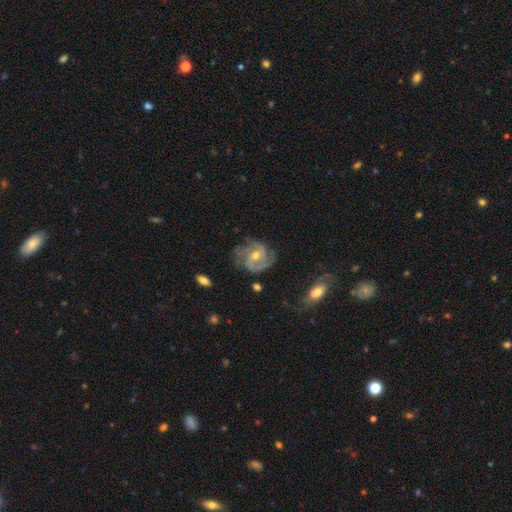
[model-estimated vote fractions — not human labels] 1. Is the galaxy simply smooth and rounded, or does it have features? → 86% featured or disk, 8% smooth, 6% star or artifact.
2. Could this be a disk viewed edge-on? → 97% no, 3% yes.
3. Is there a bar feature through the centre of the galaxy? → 46% no, 41% weak, 12% strong.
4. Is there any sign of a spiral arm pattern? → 96% yes, 4% no.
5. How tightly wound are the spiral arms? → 46% medium, 41% tight, 13% loose.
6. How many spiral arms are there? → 42% 2, 28% 3, 15% can't tell, 6% 4, 4% 1, 4% more than 4.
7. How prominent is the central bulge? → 51% moderate, 45% small, 2% large, 1% none, 1% dominant.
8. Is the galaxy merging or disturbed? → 70% none, 19% minor disturbance, 9% major disturbance, 2% merger.